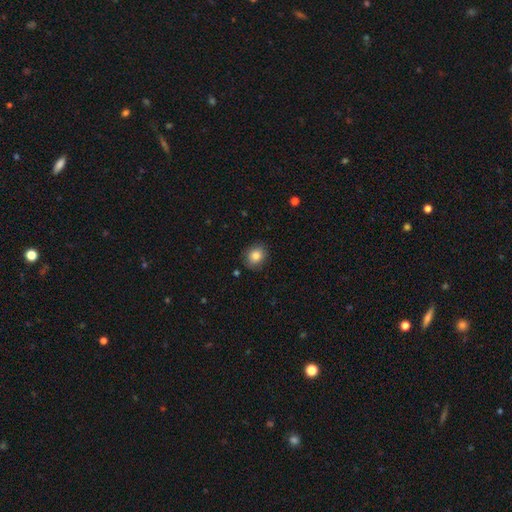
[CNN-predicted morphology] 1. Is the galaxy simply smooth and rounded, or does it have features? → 84% smooth, 9% star or artifact, 7% featured or disk.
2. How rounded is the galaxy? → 61% round, 39% in between, 1% cigar-shaped.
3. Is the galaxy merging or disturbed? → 85% none, 12% minor disturbance, 3% major disturbance, 1% merger.